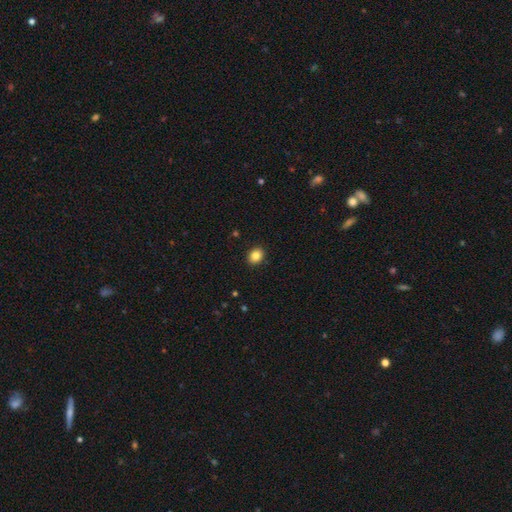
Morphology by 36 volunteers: type=smooth (83%); roundness=round (73%); merging=none (91%).